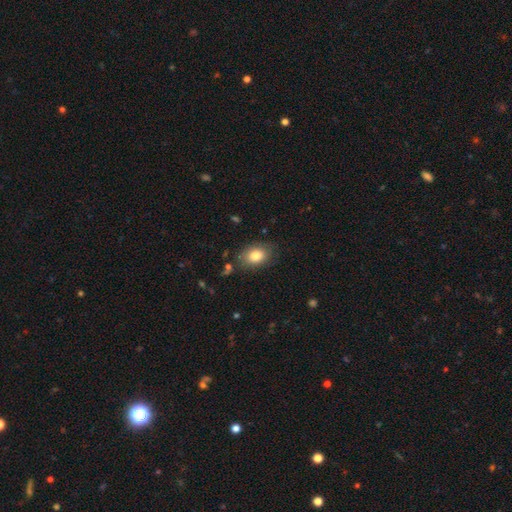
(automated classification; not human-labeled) Smooth or featured? smooth (82%)
How rounded? in between (79%)
Merging? none (78%)